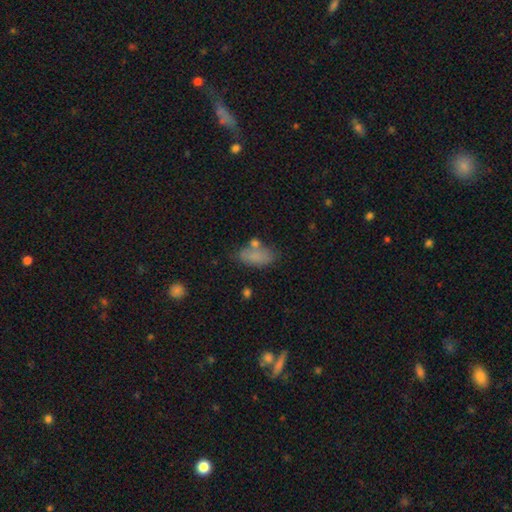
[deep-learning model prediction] Smooth or featured: smooth — 76% (featured or disk — 13%)
How rounded: in between — 88% (cigar-shaped — 7%)
Merging: none — 58% (minor disturbance — 21%)